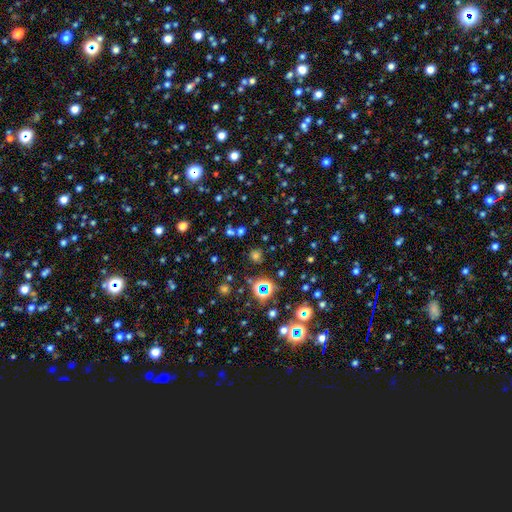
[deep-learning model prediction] The model was most divided on "smooth or featured": smooth: 50%, star or artifact: 43%, featured or disk: 7%. More confident: how rounded — round (88%); merging — none (81%).